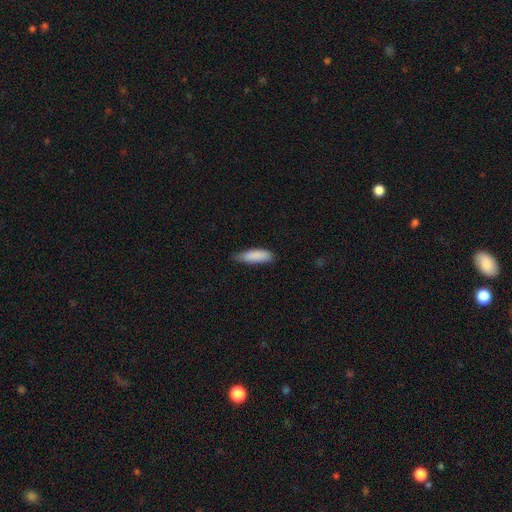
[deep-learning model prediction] smooth-or-featured: smooth: 87% | featured or disk: 6% | star or artifact: 6%
  how-rounded: in between: 52% | cigar-shaped: 47% | round: 2%
  merging: none: 66% | minor disturbance: 29% | major disturbance: 4% | merger: 1%